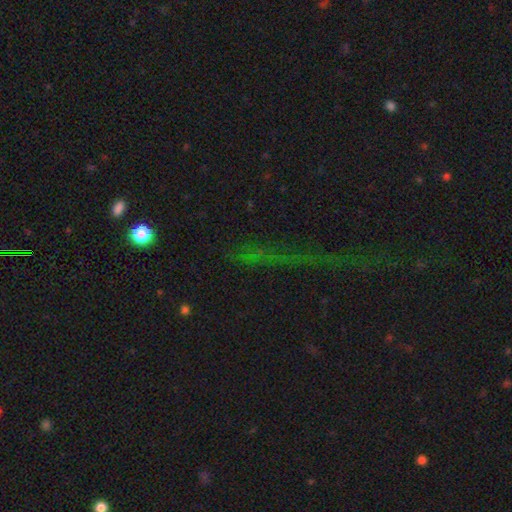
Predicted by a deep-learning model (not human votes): smooth-or-featured: star or artifact: 70% | smooth: 18% | featured or disk: 13%